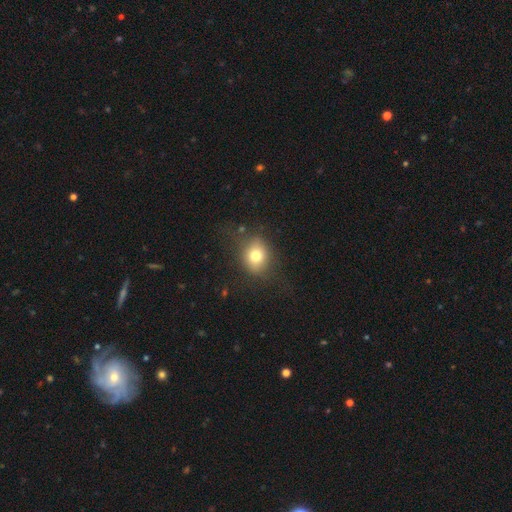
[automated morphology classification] A smooth galaxy with no disk features (75%) that is round (61%).

Vote fractions:
- Smooth or featured? smooth: 75% / featured or disk: 13% / star or artifact: 11%
- How rounded? round: 61% / in between: 38% / cigar-shaped: 1%
- Merging? none: 74% / minor disturbance: 16% / major disturbance: 8% / merger: 2%